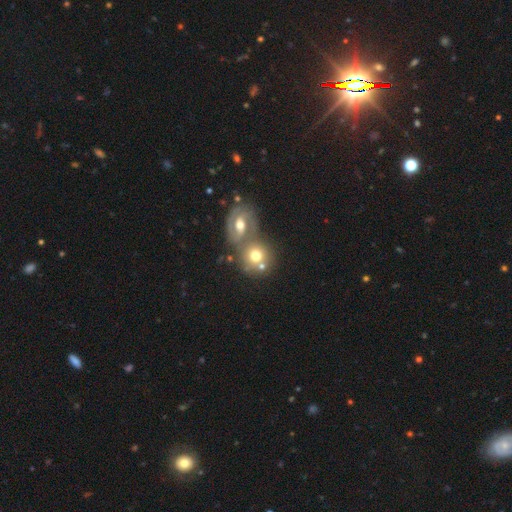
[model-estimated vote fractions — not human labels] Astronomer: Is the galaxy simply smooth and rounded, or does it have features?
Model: smooth — 55% (runner-up: featured or disk, 35%).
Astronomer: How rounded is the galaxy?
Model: round — 75%.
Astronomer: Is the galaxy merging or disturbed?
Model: merger — 54% (runner-up: none, 34%).